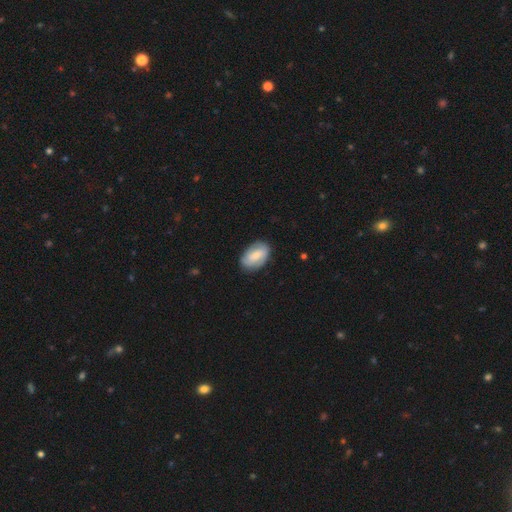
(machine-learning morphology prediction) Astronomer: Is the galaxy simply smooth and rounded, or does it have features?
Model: smooth — 60%.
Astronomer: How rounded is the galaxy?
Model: in between — 91%.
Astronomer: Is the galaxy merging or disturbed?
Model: none — 80%.